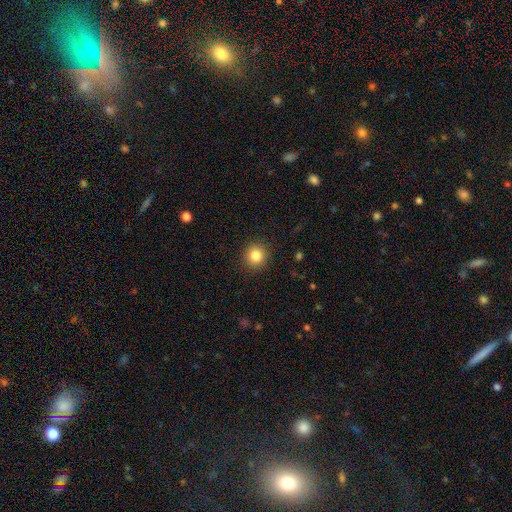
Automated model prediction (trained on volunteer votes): smooth-or-featured: smooth: 84% | star or artifact: 10% | featured or disk: 5%
  how-rounded: round: 91% | in between: 8% | cigar-shaped: 1%
  merging: none: 91% | minor disturbance: 6% | major disturbance: 2% | merger: 1%